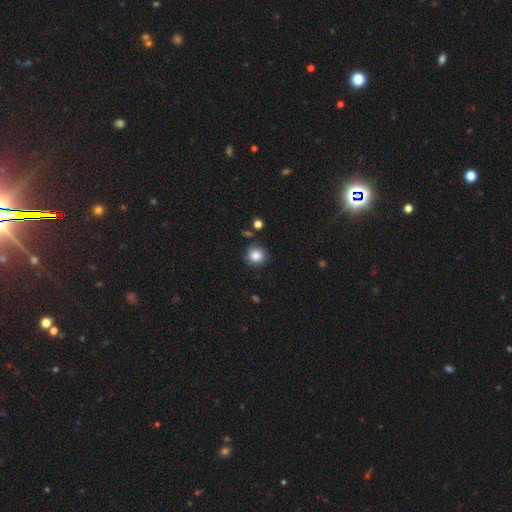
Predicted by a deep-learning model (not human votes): Overall: smooth (84%). How rounded: round (90%). Merging: none (84%).